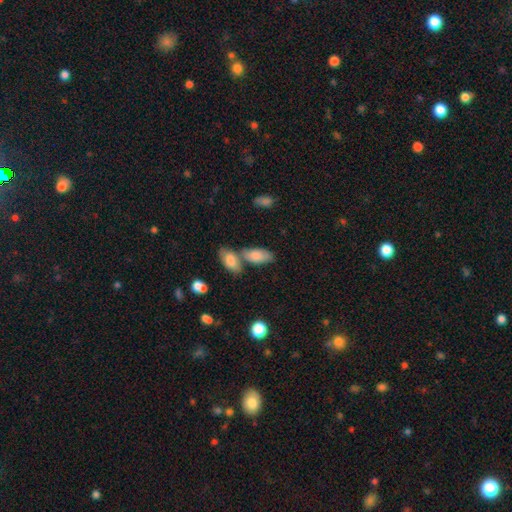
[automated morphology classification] Q: Smooth or featured?
A: smooth (77%); runner-up: featured or disk (14%)
Q: How rounded?
A: in between (88%); runner-up: cigar-shaped (8%)
Q: Merging?
A: none (47%); runner-up: merger (37%)